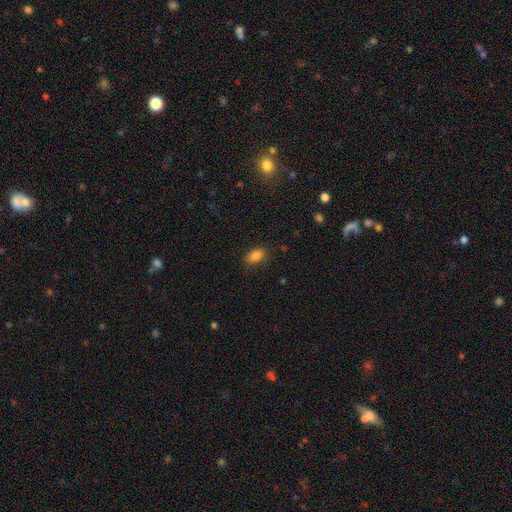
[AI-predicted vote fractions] Overall: smooth (84%). How rounded: in between (87%). Merging: none (84%).